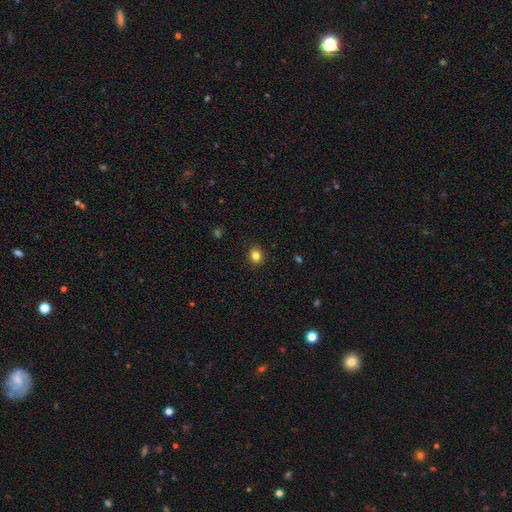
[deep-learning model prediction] smooth 82%, star or artifact 12%, featured or disk 5%. Down the decision tree: how rounded — round (77%); merging — none (90%).